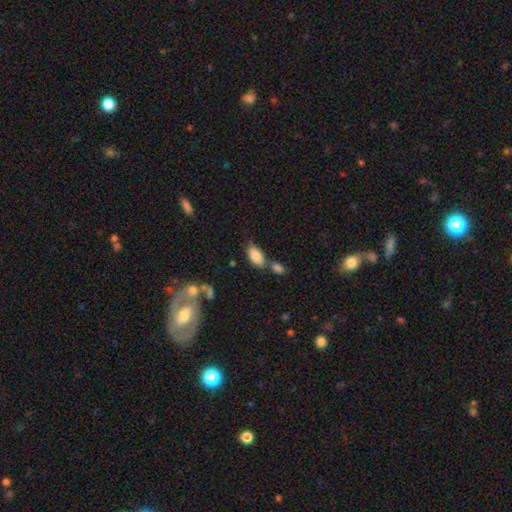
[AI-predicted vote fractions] smooth 82%, featured or disk 11%, star or artifact 7%. Down the decision tree: how rounded — in between (94%); merging — none (50%).